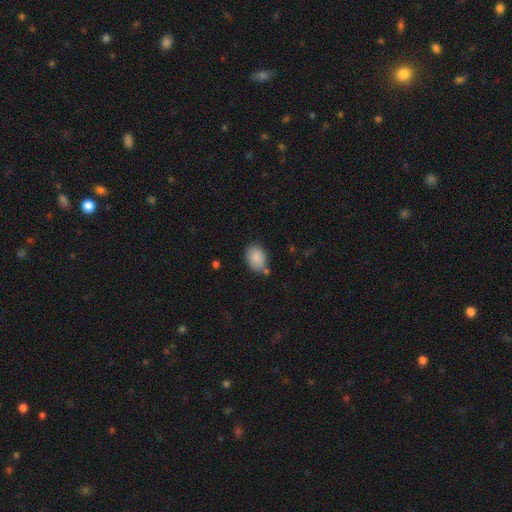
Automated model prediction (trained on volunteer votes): Smooth or featured: smooth — 88% (star or artifact — 7%)
How rounded: in between — 75% (round — 24%)
Merging: none — 73% (minor disturbance — 17%)